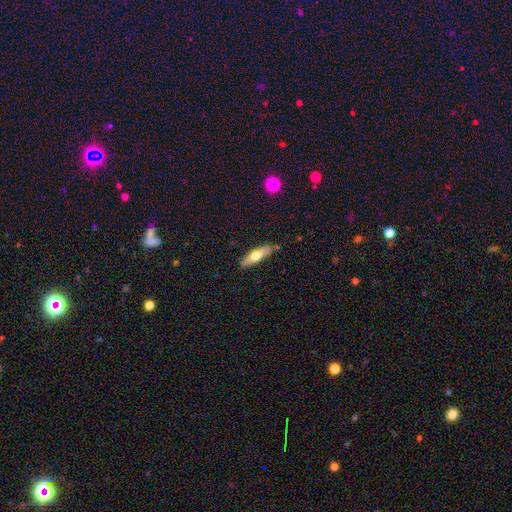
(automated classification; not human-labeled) This appears to be a smooth galaxy with no disk features (55%) that is cigar-shaped (64%). Merging: none (80%).